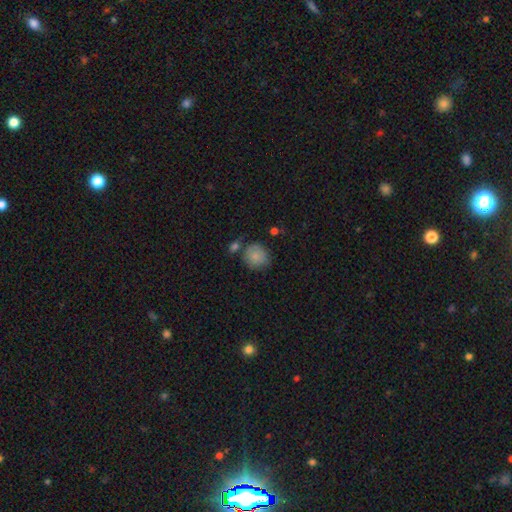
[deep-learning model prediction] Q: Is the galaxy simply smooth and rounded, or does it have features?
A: smooth — 84%.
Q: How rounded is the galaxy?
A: round — 82%.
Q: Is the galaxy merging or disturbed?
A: none — 64%.